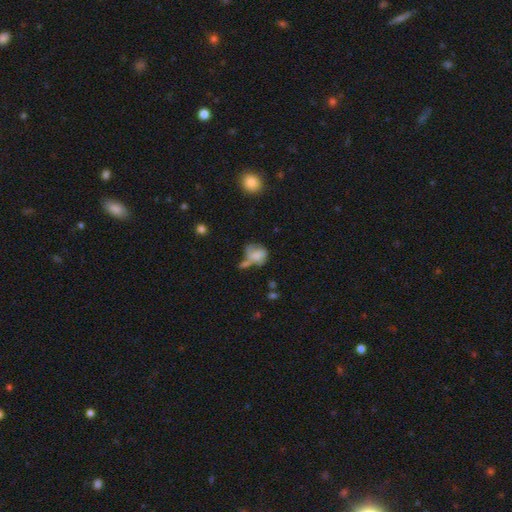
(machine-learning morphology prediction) This is possibly a smooth galaxy (58%). How rounded: possibly in between (53%). Merging: marginally none (28%).